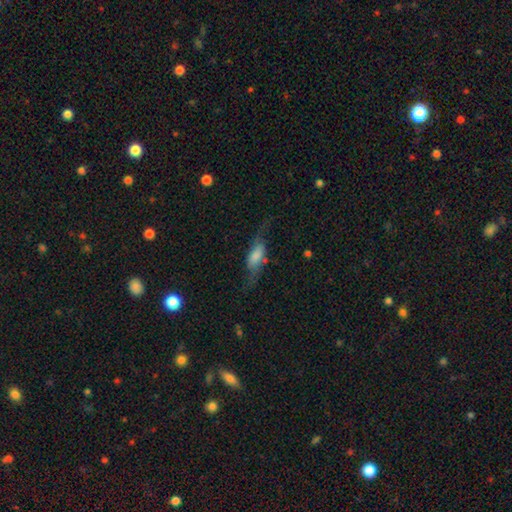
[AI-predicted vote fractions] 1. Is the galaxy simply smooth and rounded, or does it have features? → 47% featured or disk, 45% smooth, 9% star or artifact.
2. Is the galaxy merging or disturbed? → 50% none, 24% major disturbance, 23% minor disturbance, 3% merger.